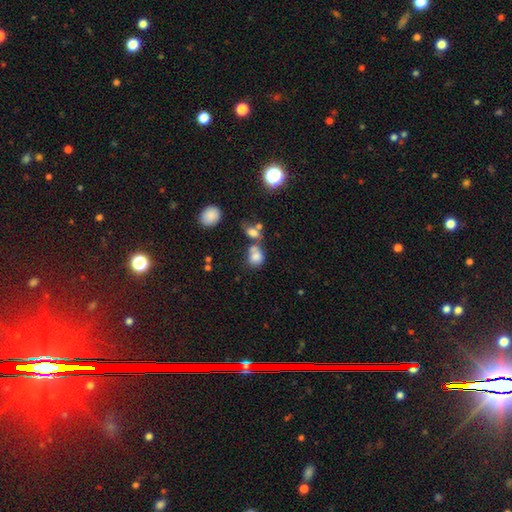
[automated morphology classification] Smooth or featured? Predicted: smooth (p=0.76). How rounded? Predicted: round (p=0.55). Merging? Predicted: merger (p=0.46).